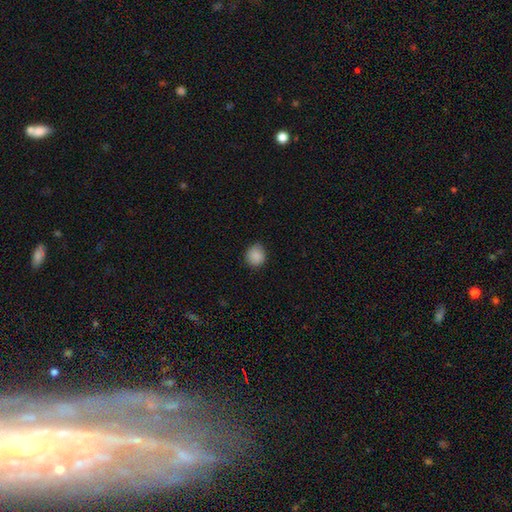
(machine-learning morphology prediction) This is clearly a smooth galaxy (88%). How rounded: clearly round (83%). Merging: clearly none (83%).